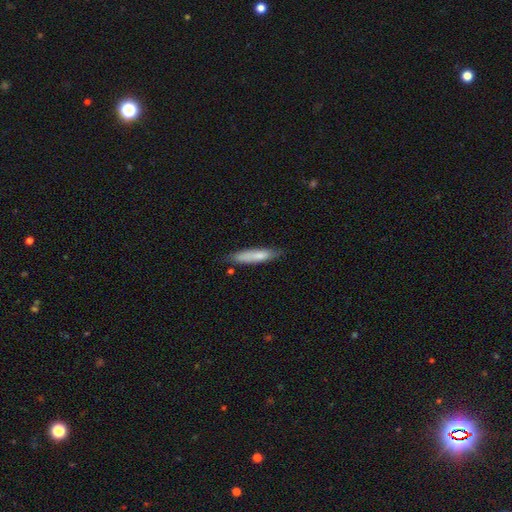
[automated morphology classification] A smooth galaxy with no disk features (74%) that is cigar-shaped (84%). Merging: none (77%).